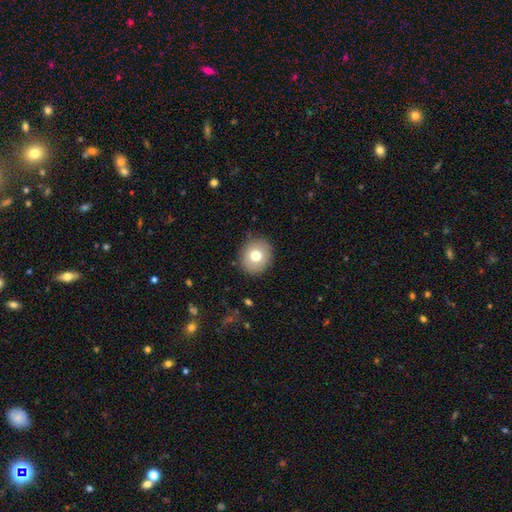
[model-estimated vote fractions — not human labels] This is likely a smooth galaxy (75%). How rounded: clearly round (84%). Merging: clearly none (87%).